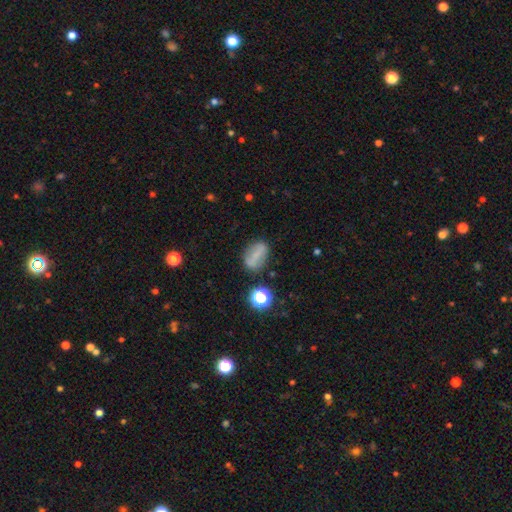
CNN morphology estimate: A smooth galaxy with no disk features (58%) that is in between round and cigar-shaped (74%). Merging: none (76%).